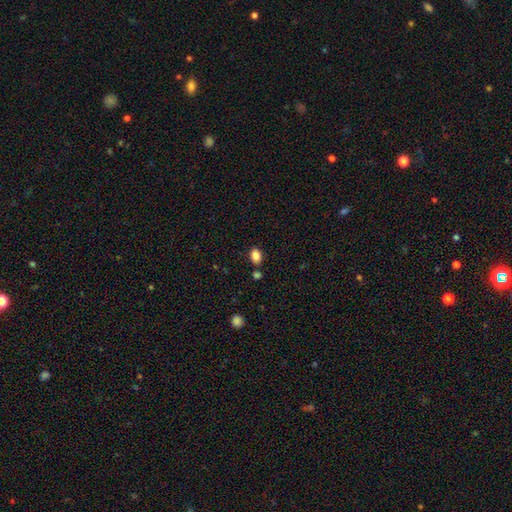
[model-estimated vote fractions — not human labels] A smooth galaxy with no disk features (86%) that is in between round and cigar-shaped (79%). Merging: none (79%).